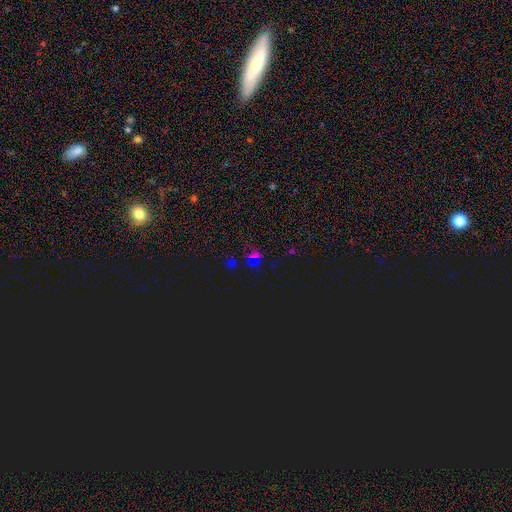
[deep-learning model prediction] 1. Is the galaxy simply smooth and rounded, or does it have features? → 67% star or artifact, 25% smooth, 8% featured or disk.